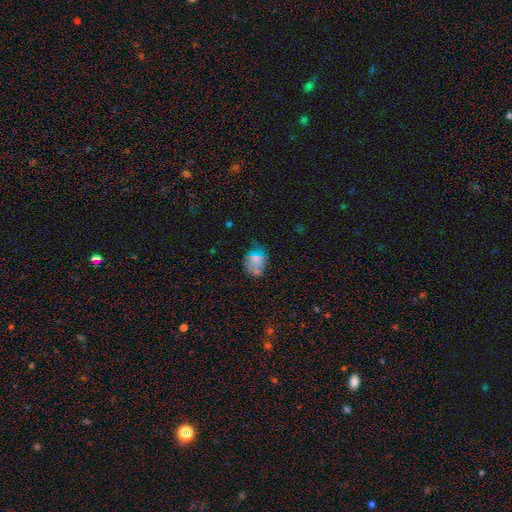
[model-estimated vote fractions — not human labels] This is possibly a smooth galaxy (54%). How rounded: possibly in between (54%). Merging: possibly none (55%).